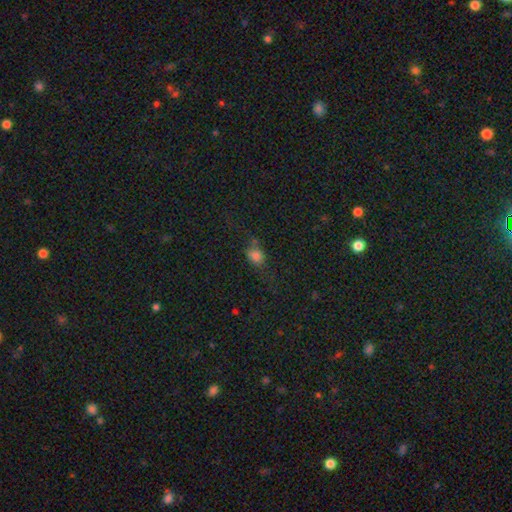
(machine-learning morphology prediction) Smooth or featured? Predicted: smooth (p=0.74). How rounded? Predicted: in between (p=0.59). Merging? Predicted: none (p=0.54).